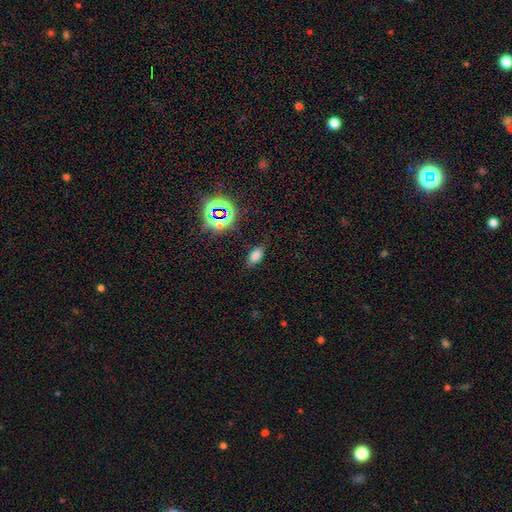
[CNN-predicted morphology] type=smooth (69%); roundness=in between (89%); merging=none (80%).